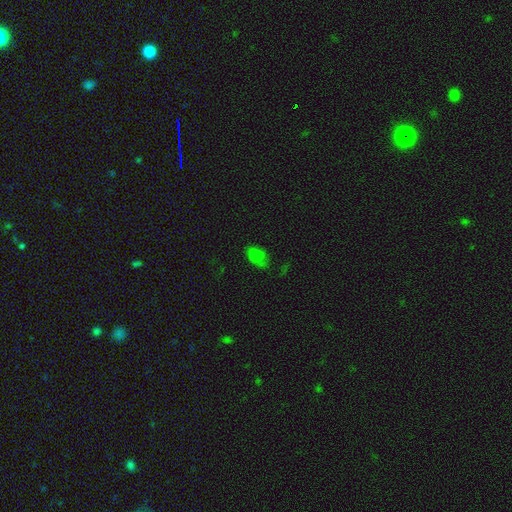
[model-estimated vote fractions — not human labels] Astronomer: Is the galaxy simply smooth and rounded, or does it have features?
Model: smooth — 70%.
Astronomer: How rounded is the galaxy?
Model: in between — 91%.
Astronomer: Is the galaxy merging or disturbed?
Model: none — 50% (runner-up: minor disturbance, 30%).